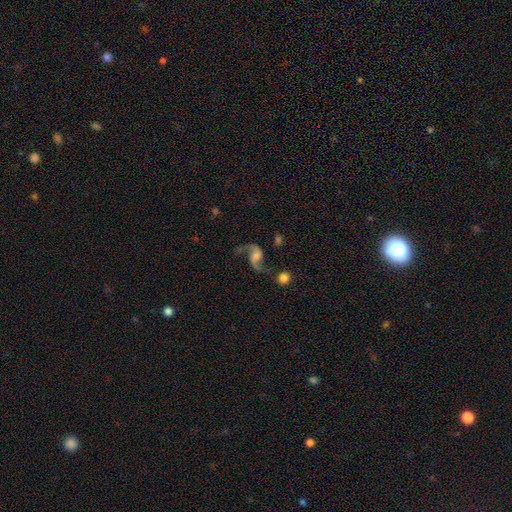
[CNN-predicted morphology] Smooth or featured? Predicted: featured or disk (p=0.87). Edge-on disk? Predicted: no (p=0.97). Bar? Predicted: no (p=0.50). Spiral arms? Predicted: yes (p=0.96). Spiral winding? Predicted: loose (p=0.83). Spiral arm count? Predicted: 2 (p=0.93). Bulge size? Predicted: moderate (p=0.29). Merging? Predicted: none (p=0.66).